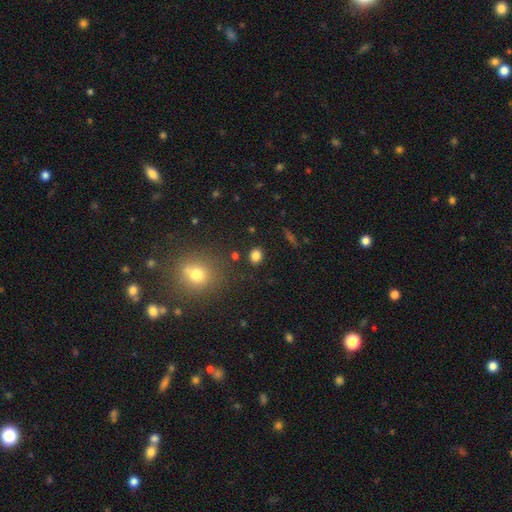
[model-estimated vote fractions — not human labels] smooth_or_featured: smooth (p=0.82) [alt: star or artifact p=0.13]
how_rounded: round (p=0.60) [alt: in between p=0.38]
merging: none (p=0.86) [alt: minor disturbance p=0.08]